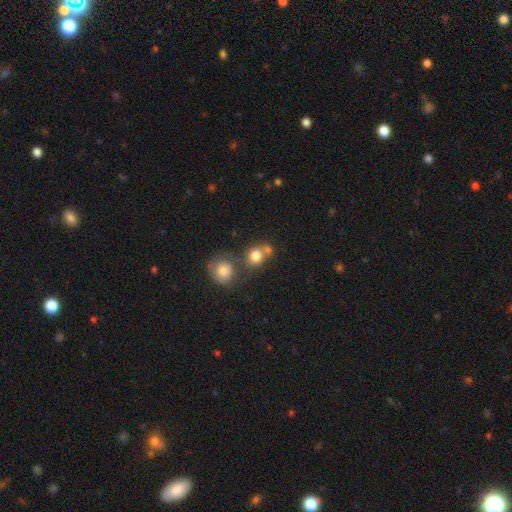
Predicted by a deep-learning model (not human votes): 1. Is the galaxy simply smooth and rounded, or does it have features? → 78% smooth, 11% featured or disk, 11% star or artifact.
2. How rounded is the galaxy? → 74% round, 25% in between, 1% cigar-shaped.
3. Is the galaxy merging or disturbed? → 42% none (tied), 42% merger (tied), 10% minor disturbance, 5% major disturbance.